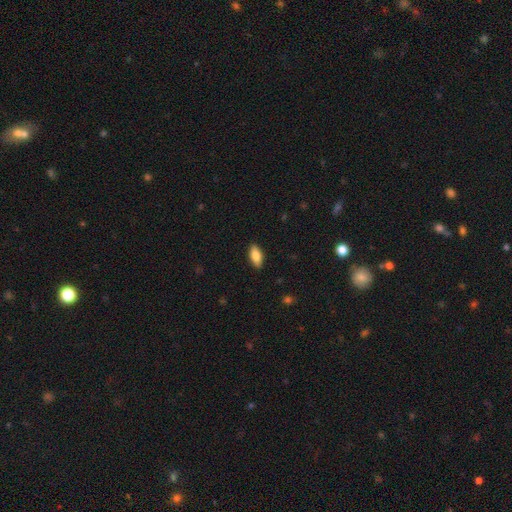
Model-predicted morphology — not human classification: type=smooth (78%); roundness=in between (86%); merging=none (89%).